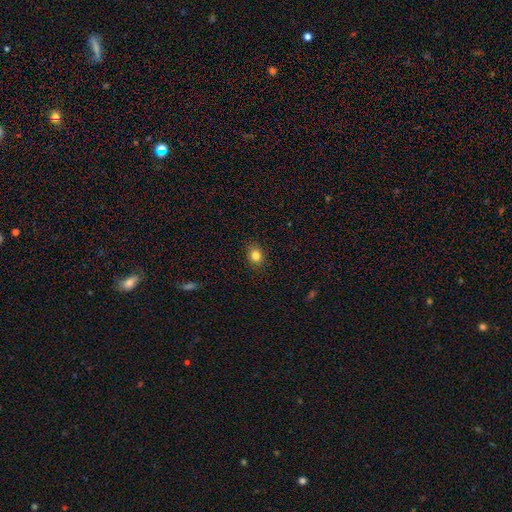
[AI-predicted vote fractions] The model was most divided on "how rounded": round: 59%, in between: 40%, cigar-shaped: 1%. More confident: merging — none (89%); smooth or featured — smooth (82%).